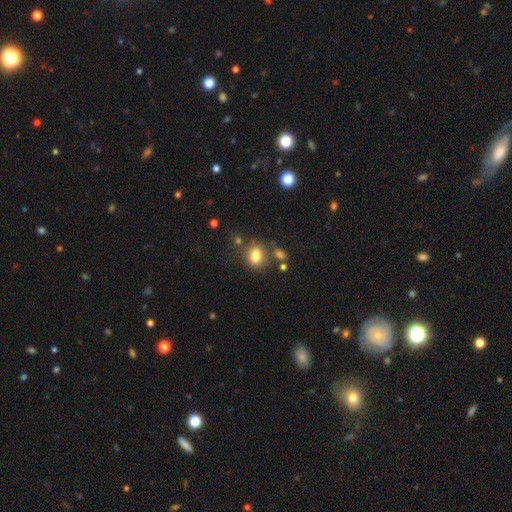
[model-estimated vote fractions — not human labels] A smooth galaxy with no disk features (80%) that is in between round and cigar-shaped (52%). Merging: none (69%).